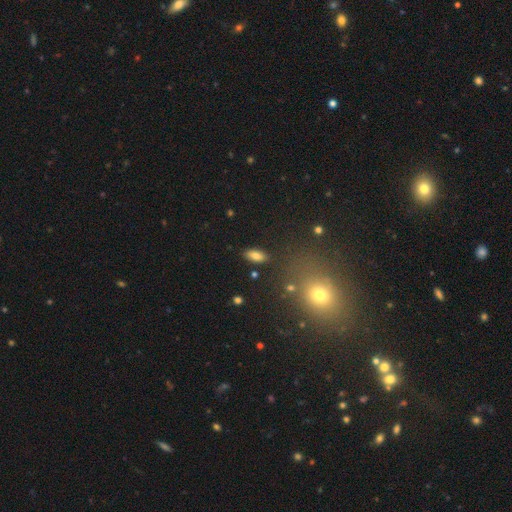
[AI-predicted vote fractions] Overall: smooth (80%). How rounded: in between (89%). Merging: none (86%).